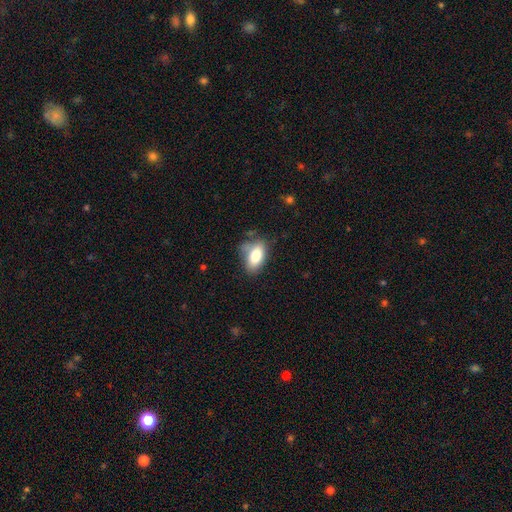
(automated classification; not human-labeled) smooth 80%, featured or disk 12%, star or artifact 8%. Down the decision tree: how rounded — in between (90%); merging — none (58%).